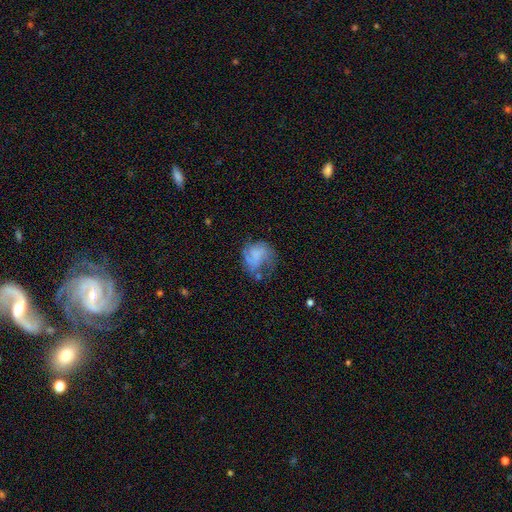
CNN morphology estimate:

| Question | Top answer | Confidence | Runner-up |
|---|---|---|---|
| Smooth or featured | smooth | 47% | featured or disk (42%) |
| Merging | none | 35% | major disturbance (34%) |